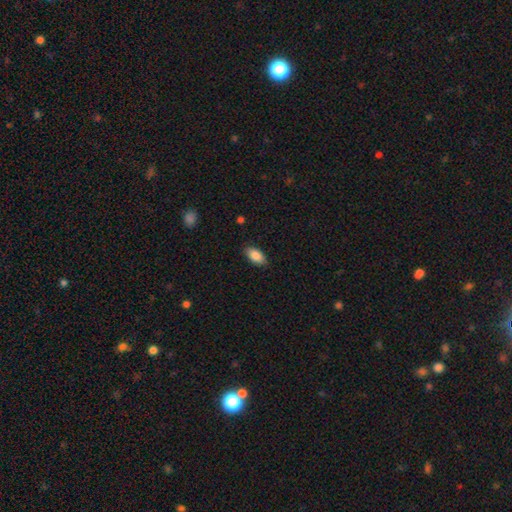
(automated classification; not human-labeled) smooth_or_featured: smooth (p=0.87) [alt: star or artifact p=0.07]
how_rounded: in between (p=0.93) [alt: cigar-shaped p=0.04]
merging: none (p=0.87) [alt: minor disturbance p=0.10]